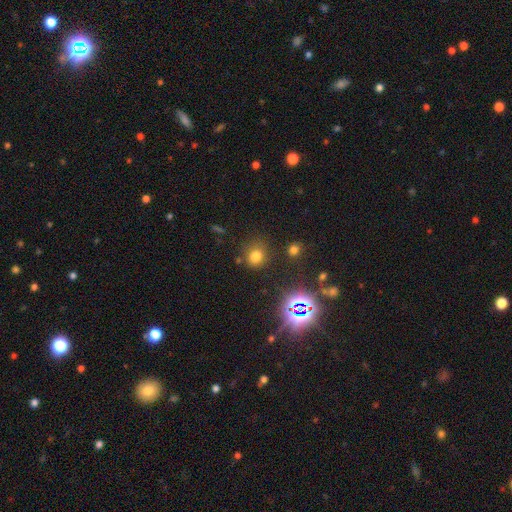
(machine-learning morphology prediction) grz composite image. It shows a smooth galaxy with no disk features (70%) that is round (74%). Merging: none (77%).